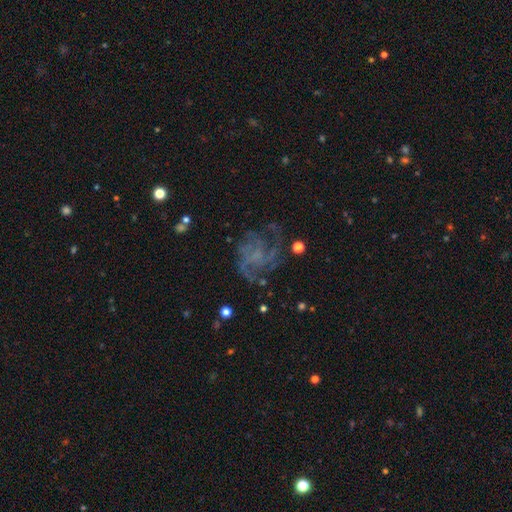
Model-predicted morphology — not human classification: smooth-or-featured: featured or disk: 75% | star or artifact: 13% | smooth: 12%
  disk-edge-on: no: 98% | yes: 2%
    bar: no: 69% | weak: 26% | strong: 5%
    has-spiral-arms: yes: 88% | no: 12%
      spiral-winding: medium: 45% | tight: 31% | loose: 24%
      spiral-arm-count: 3: 29% | can't tell: 27% | 2: 17% | 4: 13% | more than 4: 7% | 1: 7%
    bulge-size: none: 58% | small: 27% | moderate: 12% | large: 3% | dominant: 1%
  merging: none: 59% | major disturbance: 22% | minor disturbance: 17% | merger: 2%